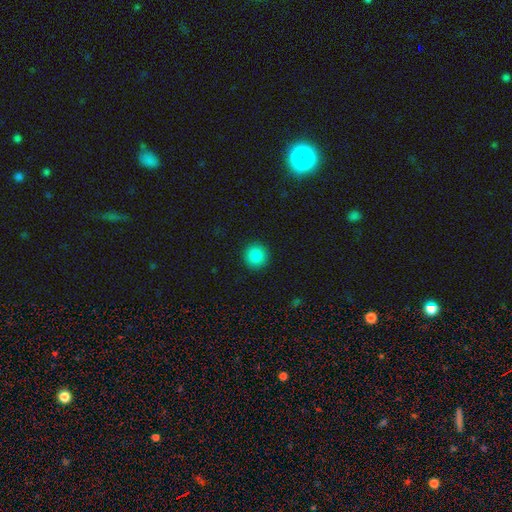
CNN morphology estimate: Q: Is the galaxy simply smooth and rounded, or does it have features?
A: smooth — 87%.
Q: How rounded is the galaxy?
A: round — 95%.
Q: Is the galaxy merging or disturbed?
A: none — 93%.